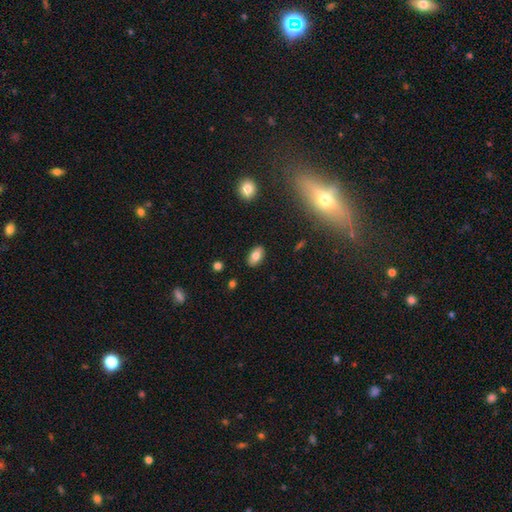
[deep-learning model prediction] Smooth or featured? smooth (78%)
How rounded? in between (91%)
Merging? none (88%)